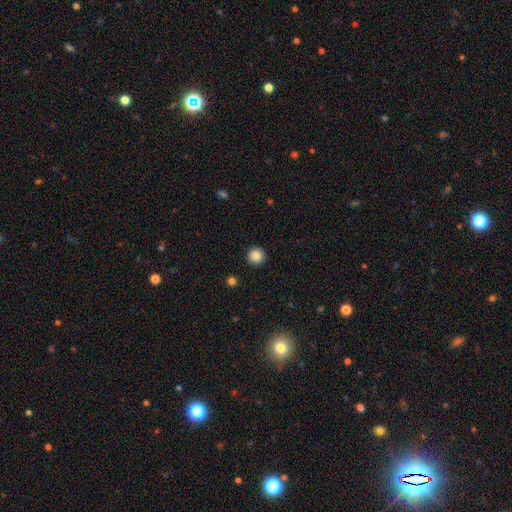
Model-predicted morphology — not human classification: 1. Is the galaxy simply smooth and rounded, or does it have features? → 85% smooth, 10% star or artifact, 5% featured or disk.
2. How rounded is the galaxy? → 96% round, 3% in between, 1% cigar-shaped.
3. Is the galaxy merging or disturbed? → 93% none, 4% minor disturbance, 1% major disturbance, 1% merger.